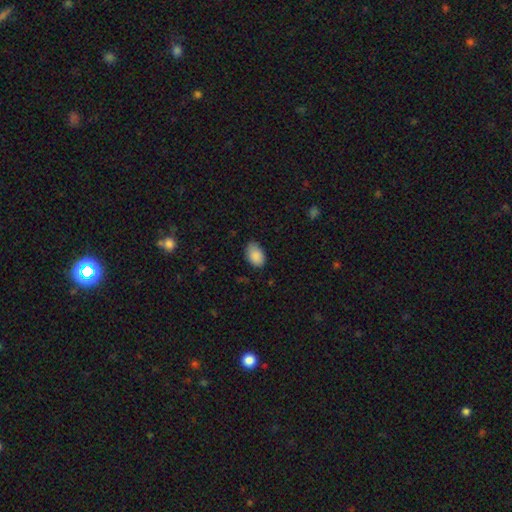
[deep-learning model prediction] Smooth or featured? smooth (89%)
How rounded? in between (89%)
Merging? none (74%)